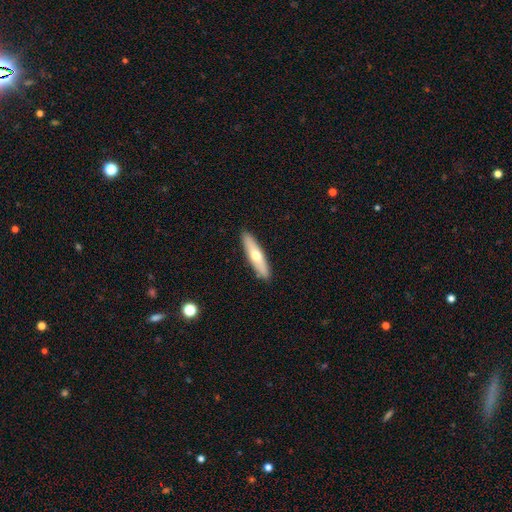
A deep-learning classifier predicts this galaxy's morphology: smooth_or_featured: smooth (p=0.55) [alt: featured or disk p=0.40]
how_rounded: cigar-shaped (p=0.74) [alt: in between p=0.24]
merging: none (p=0.90) [alt: minor disturbance p=0.07]